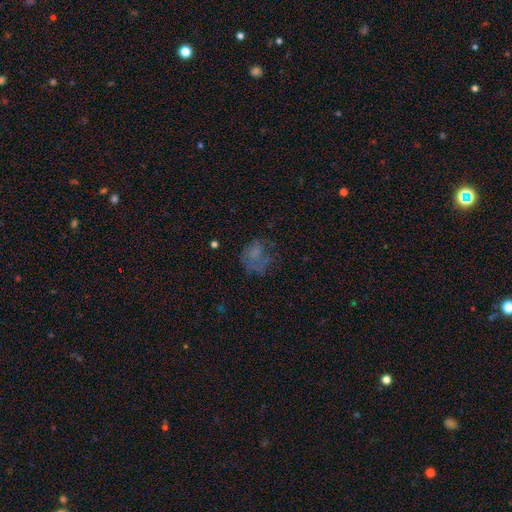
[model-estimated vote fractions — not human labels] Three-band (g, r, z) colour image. It shows a smooth galaxy with no disk features (50%) that is round (58%). Merging: none (43%).